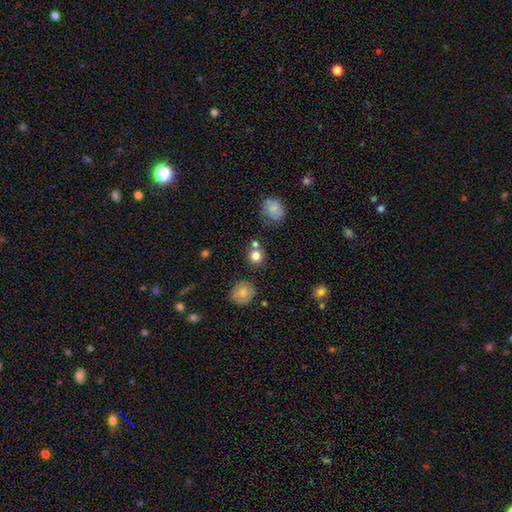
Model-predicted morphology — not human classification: A smooth galaxy with no disk features (80%) that is round (88%). Merging: none (69%).